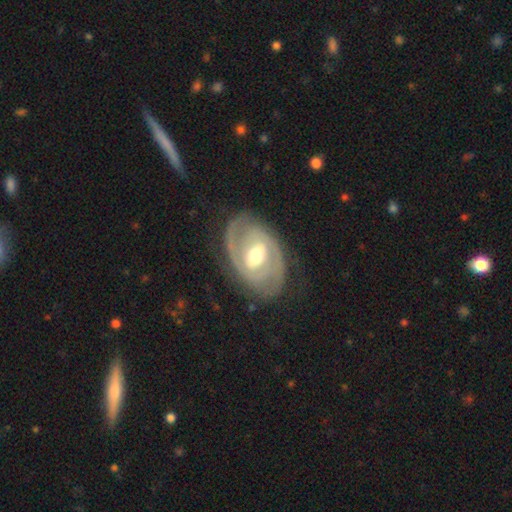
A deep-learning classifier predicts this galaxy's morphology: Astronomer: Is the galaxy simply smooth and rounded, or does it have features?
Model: featured or disk — 86%.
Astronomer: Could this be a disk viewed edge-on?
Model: no — 96%.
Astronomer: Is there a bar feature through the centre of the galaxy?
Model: weak — 48% (runner-up: no, 27%).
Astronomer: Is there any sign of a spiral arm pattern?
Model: yes — 91%.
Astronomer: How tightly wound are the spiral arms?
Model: tight — 59%.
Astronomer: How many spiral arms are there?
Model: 2 — 73%.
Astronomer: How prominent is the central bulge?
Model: moderate — 74%.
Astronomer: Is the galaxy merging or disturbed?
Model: none — 77%.